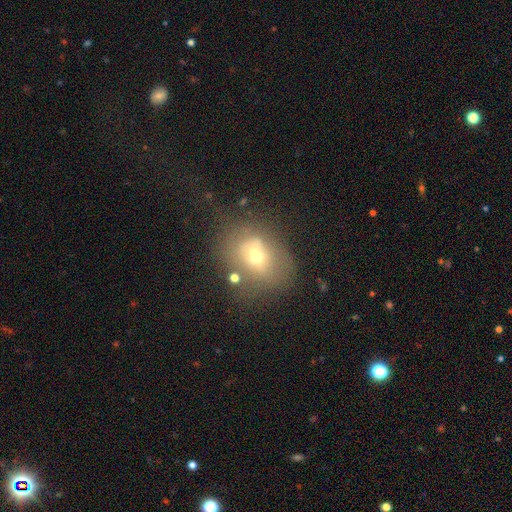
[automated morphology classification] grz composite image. It shows a smooth galaxy with no disk features (54%) that is round (50%). Merging: none (48%).